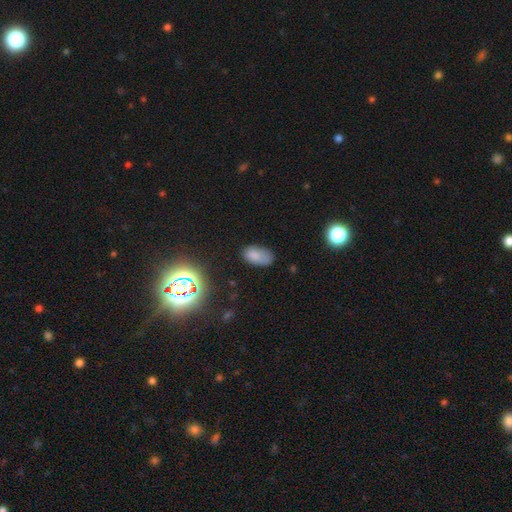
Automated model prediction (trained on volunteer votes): Q: Smooth or featured?
A: smooth (77%); runner-up: star or artifact (14%)
Q: How rounded?
A: in between (93%); runner-up: round (5%)
Q: Merging?
A: none (62%); runner-up: minor disturbance (27%)